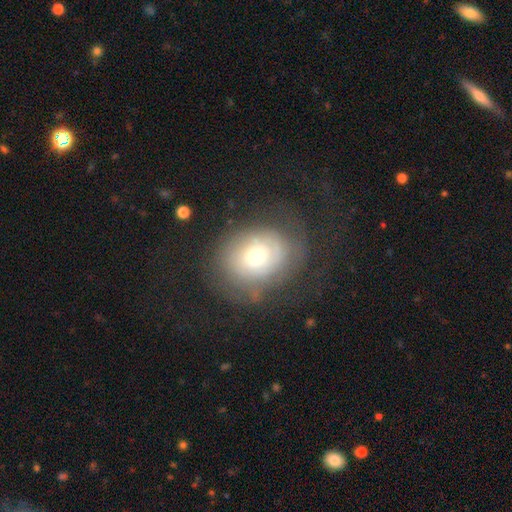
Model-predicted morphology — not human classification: Q: Smooth or featured?
A: featured or disk (48%); runner-up: smooth (41%)
Q: Merging?
A: none (64%); runner-up: major disturbance (17%)